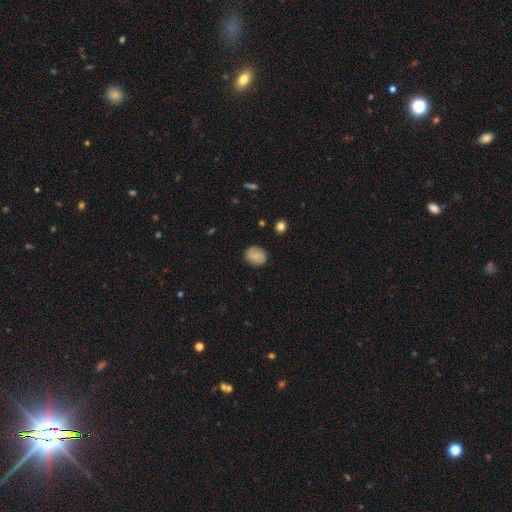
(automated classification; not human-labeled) Smooth or featured? smooth (75%)
How rounded? round (64%)
Merging? none (85%)